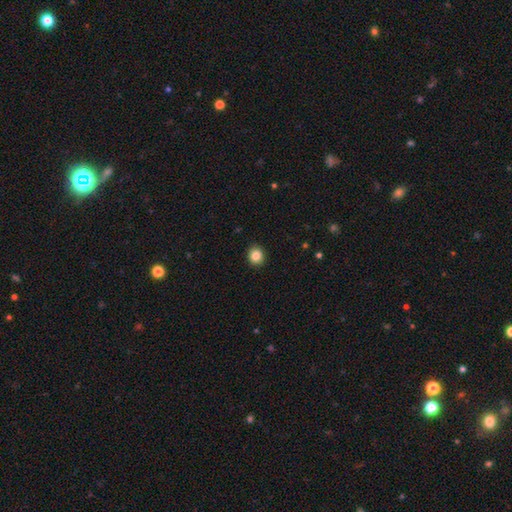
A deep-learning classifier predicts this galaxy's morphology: Q: Smooth or featured?
A: smooth (85%); runner-up: star or artifact (10%)
Q: How rounded?
A: round (76%); runner-up: in between (23%)
Q: Merging?
A: none (92%); runner-up: minor disturbance (6%)